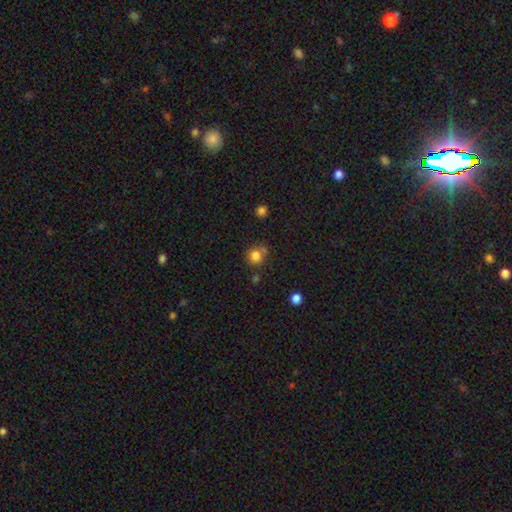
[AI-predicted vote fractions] Morphology: type=smooth (81%); roundness=round (86%); merging=none (67%).